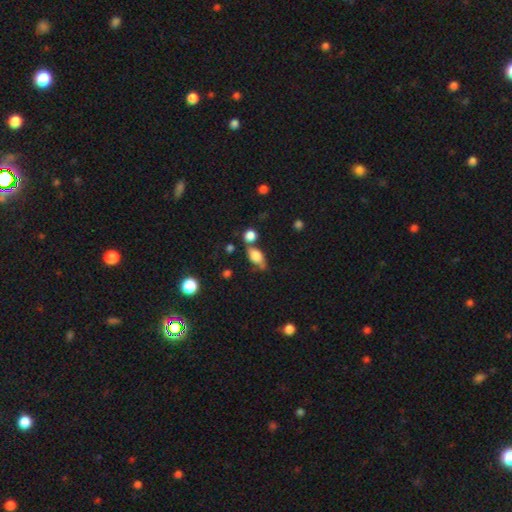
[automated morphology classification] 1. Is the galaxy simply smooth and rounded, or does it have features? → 73% smooth, 17% featured or disk, 10% star or artifact.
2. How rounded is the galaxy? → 78% in between, 15% round, 7% cigar-shaped.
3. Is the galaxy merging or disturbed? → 47% none, 23% minor disturbance, 20% merger, 9% major disturbance.